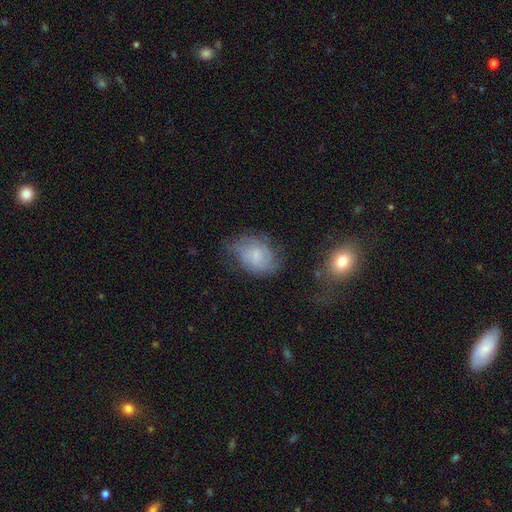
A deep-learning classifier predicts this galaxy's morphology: smooth 50%, featured or disk 40%, star or artifact 10%. Down the decision tree: merging — none (50%).